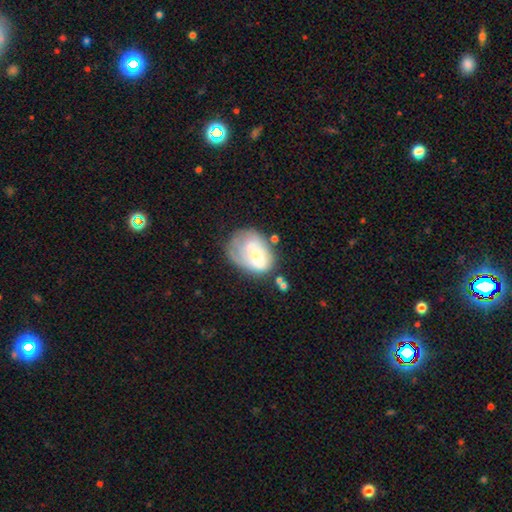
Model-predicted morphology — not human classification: smooth_or_featured: featured or disk (p=0.47) [alt: smooth p=0.45]
merging: none (p=0.32) [alt: minor disturbance p=0.25]